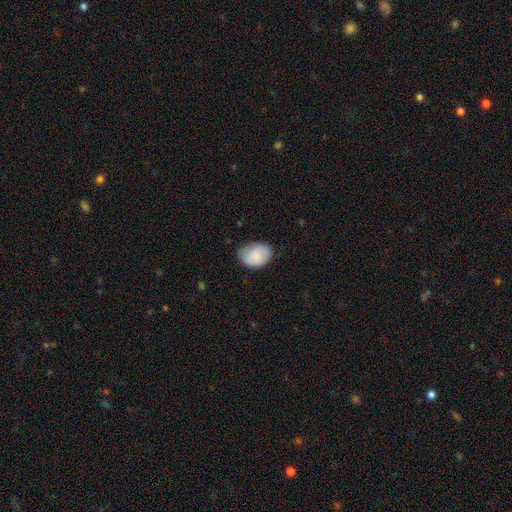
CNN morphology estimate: Smooth or featured? Predicted: smooth (p=0.85). How rounded? Predicted: in between (p=0.77). Merging? Predicted: none (p=0.68).